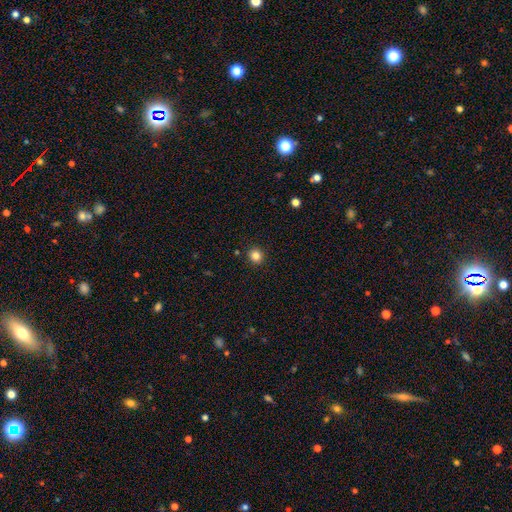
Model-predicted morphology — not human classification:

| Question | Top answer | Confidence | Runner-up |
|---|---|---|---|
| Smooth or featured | smooth | 83% | star or artifact (12%) |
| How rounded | round | 89% | in between (10%) |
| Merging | none | 92% | minor disturbance (5%) |